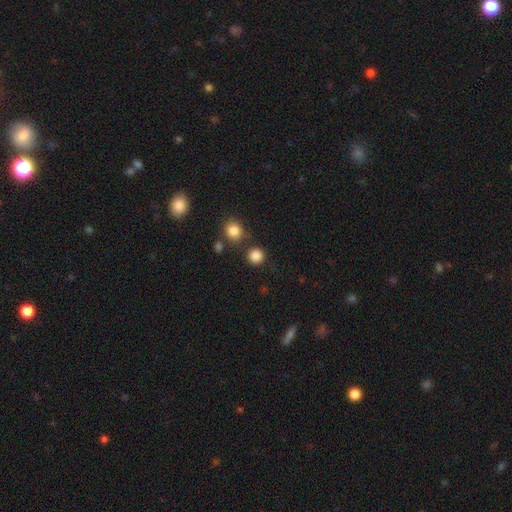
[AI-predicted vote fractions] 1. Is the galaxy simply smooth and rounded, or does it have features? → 86% smooth, 11% star or artifact, 3% featured or disk.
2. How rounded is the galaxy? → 92% round, 7% in between, 1% cigar-shaped.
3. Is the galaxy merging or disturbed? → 82% none, 8% minor disturbance, 7% merger, 3% major disturbance.